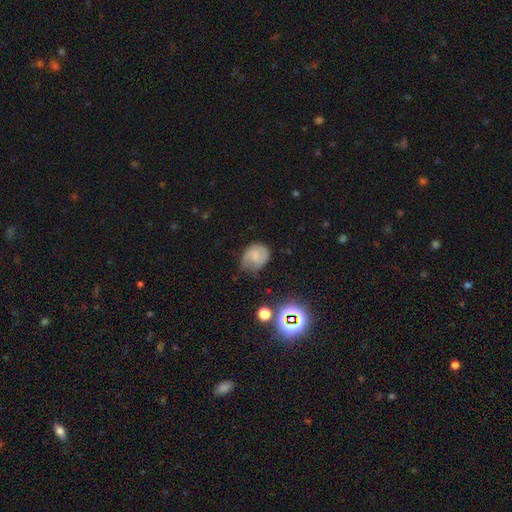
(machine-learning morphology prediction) Overall: smooth (51%; featured or disk 38%). How rounded: round (54%; in between 45%). Merging: none (52%; minor disturbance 34%).